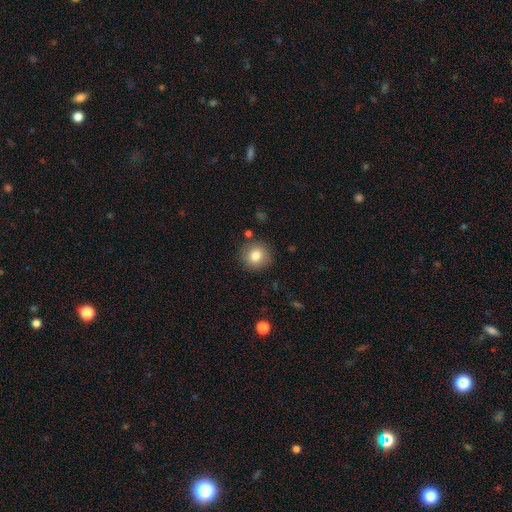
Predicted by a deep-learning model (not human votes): Smooth or featured? smooth (82%)
How rounded? round (91%)
Merging? none (87%)